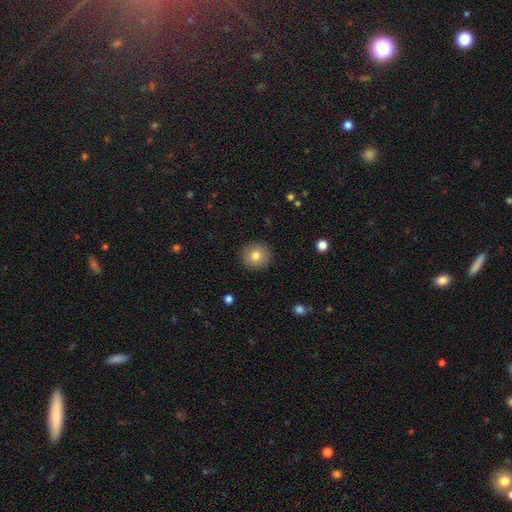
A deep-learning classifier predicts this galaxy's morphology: Smooth or featured? smooth (80%)
How rounded? round (91%)
Merging? none (91%)